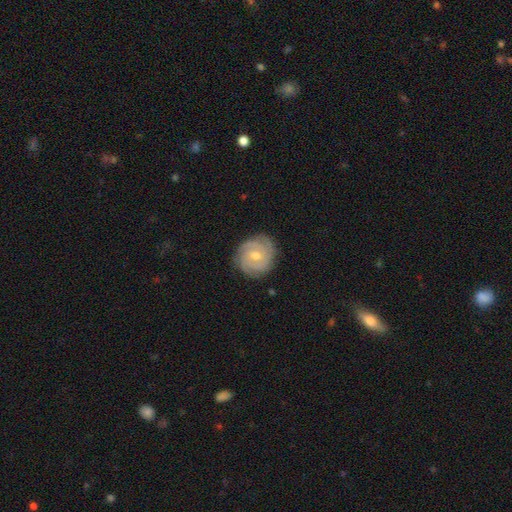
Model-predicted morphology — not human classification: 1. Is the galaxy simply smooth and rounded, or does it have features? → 80% featured or disk, 14% smooth, 5% star or artifact.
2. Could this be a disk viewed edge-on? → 98% no, 2% yes.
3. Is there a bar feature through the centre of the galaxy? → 49% no, 43% weak, 7% strong.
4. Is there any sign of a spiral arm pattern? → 96% yes, 4% no.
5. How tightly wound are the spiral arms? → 73% tight, 23% medium, 4% loose.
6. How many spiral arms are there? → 36% 3, 24% 2, 21% can't tell, 9% 4, 5% 1, 5% more than 4.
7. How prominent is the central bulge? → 63% moderate, 33% small, 2% large, 1% none, 1% dominant.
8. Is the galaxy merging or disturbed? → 84% none, 12% minor disturbance, 3% major disturbance, 1% merger.